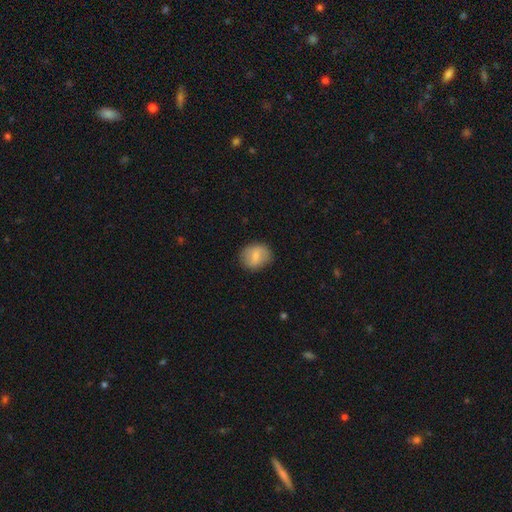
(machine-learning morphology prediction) The model was most divided on "how rounded": round: 64%, in between: 35%, cigar-shaped: 1%. More confident: merging — none (82%); smooth or featured — smooth (64%).